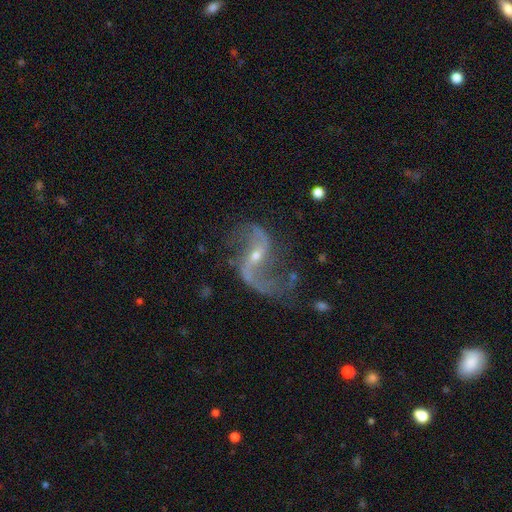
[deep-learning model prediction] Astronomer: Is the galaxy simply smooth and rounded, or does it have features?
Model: featured or disk — 91%.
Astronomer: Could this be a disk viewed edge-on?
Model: no — 97%.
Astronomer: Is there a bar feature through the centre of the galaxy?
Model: weak — 38% (runner-up: no, 34%).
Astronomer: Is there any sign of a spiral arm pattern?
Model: yes — 97%.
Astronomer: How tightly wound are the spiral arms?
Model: loose — 84%.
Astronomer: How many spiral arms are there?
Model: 2 — 93%.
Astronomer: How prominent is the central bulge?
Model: small — 67%.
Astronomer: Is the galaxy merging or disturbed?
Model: none — 66%.